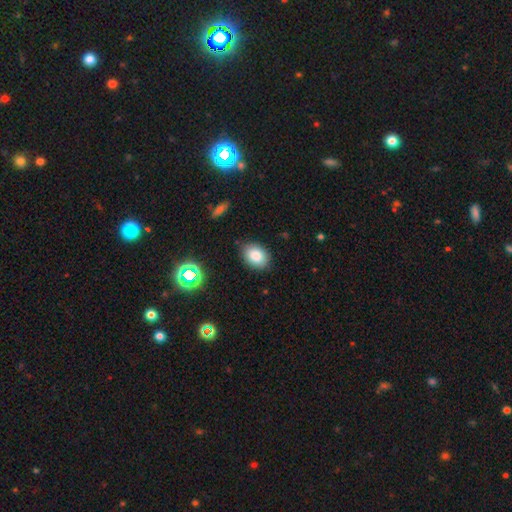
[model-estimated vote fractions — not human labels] A smooth galaxy with no disk features (84%) that is in between round and cigar-shaped (75%).

Vote fractions:
- Smooth or featured? smooth: 84% / star or artifact: 10% / featured or disk: 6%
- How rounded? in between: 75% / round: 24% / cigar-shaped: 1%
- Merging? none: 83% / minor disturbance: 12% / major disturbance: 3% / merger: 2%